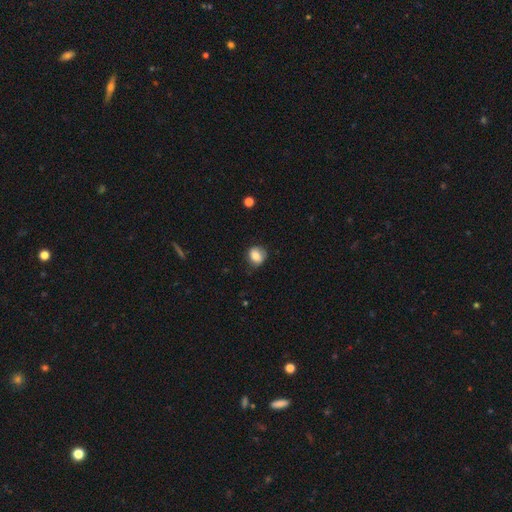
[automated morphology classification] Smooth or featured?
  - smooth: 80% *
  - featured or disk: 11%
  - star or artifact: 9%
How rounded?
  - round: 69% *
  - in between: 30%
  - cigar-shaped: 1%
Merging?
  - none: 74% *
  - minor disturbance: 20%
  - major disturbance: 5%
  - merger: 1%